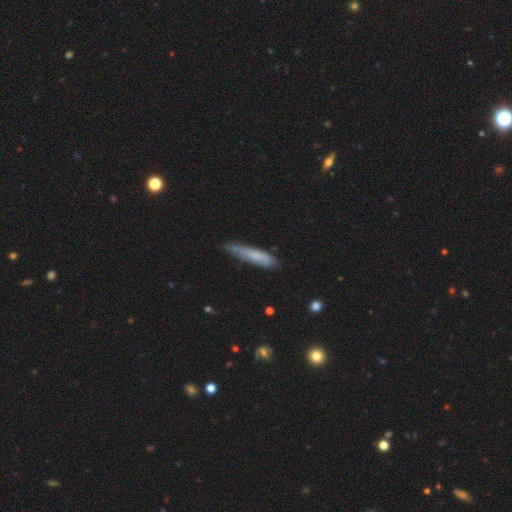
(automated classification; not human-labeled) A smooth galaxy with no disk features (66%) that is cigar-shaped (84%).

Vote fractions:
- Smooth or featured? smooth: 66% / featured or disk: 28% / star or artifact: 6%
- How rounded? cigar-shaped: 84% / in between: 14% / round: 1%
- Merging? none: 65% / minor disturbance: 27% / major disturbance: 5% / merger: 2%